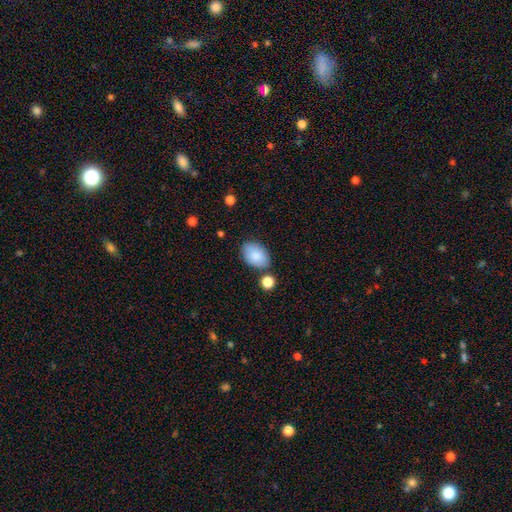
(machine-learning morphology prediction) Smooth or featured?
  - smooth: 83% *
  - featured or disk: 11%
  - star or artifact: 7%
How rounded?
  - in between: 88% *
  - round: 11%
  - cigar-shaped: 1%
Merging?
  - none: 75% *
  - minor disturbance: 15%
  - merger: 6%
  - major disturbance: 3%